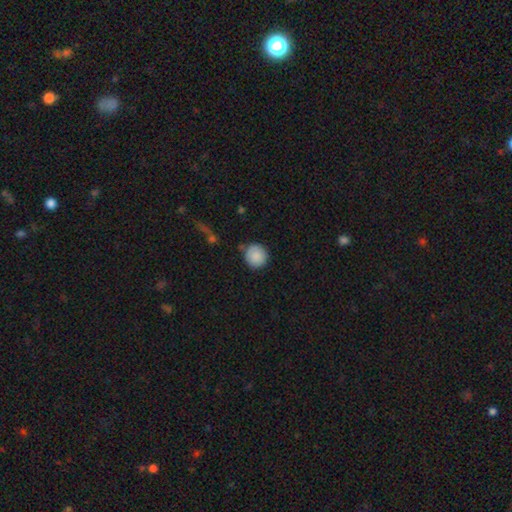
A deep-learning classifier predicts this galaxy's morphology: smooth_or_featured: smooth (p=0.88) [alt: star or artifact p=0.08]
how_rounded: round (p=0.93) [alt: in between p=0.06]
merging: none (p=0.84) [alt: minor disturbance p=0.11]